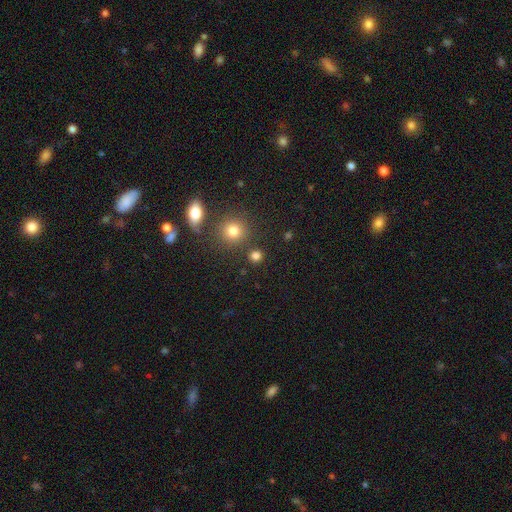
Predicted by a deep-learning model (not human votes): smooth 78%, star or artifact 17%, featured or disk 5%. Down the decision tree: how rounded — round (87%); merging — none (83%).